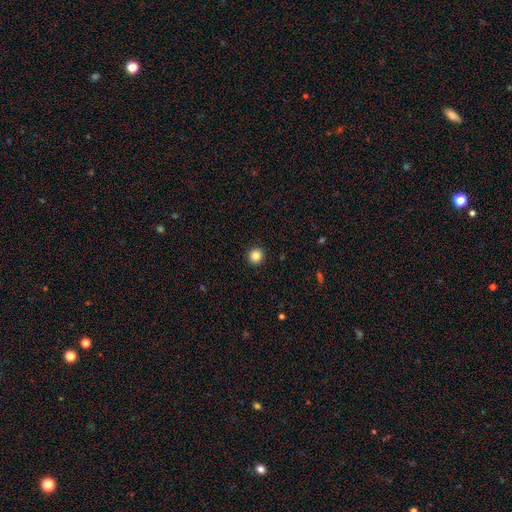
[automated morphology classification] type=smooth (85%); roundness=round (93%); merging=none (93%).